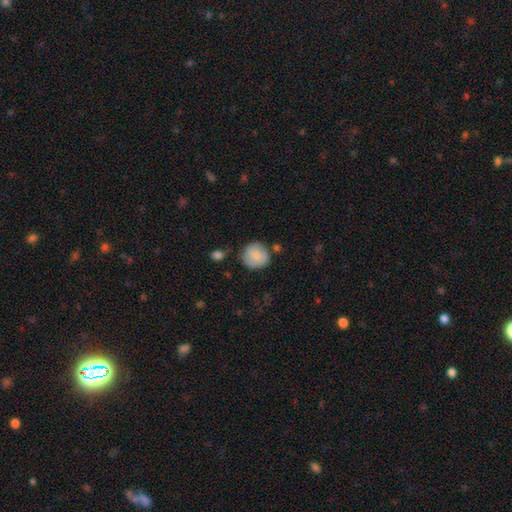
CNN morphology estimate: Smooth or featured: smooth — 80% (featured or disk — 13%)
How rounded: round — 90% (in between — 9%)
Merging: none — 71% (minor disturbance — 19%)